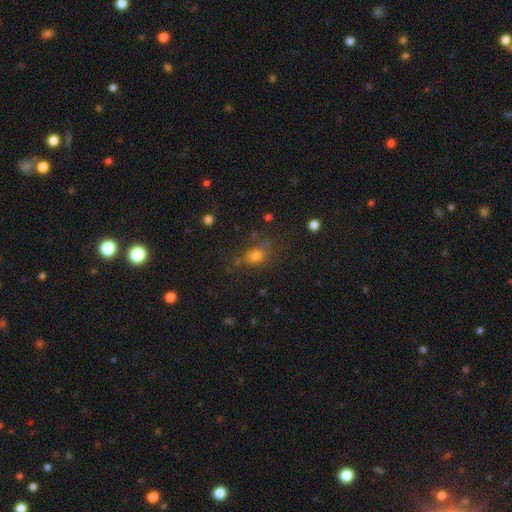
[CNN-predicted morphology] Smooth or featured? Predicted: smooth (p=0.72). How rounded? Predicted: in between (p=0.51). Merging? Predicted: none (p=0.63).